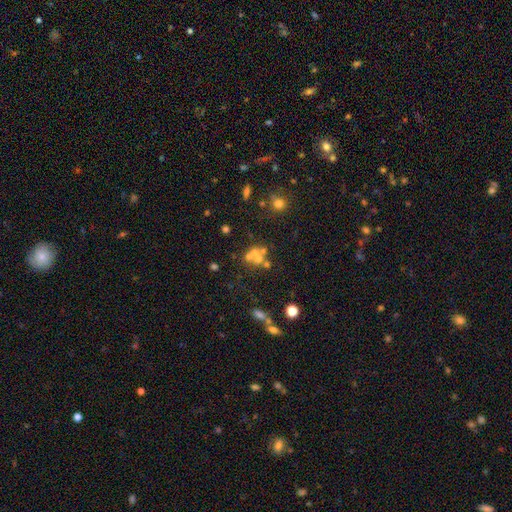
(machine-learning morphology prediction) Smooth or featured? Predicted: smooth (p=0.44). Merging? Predicted: merger (p=0.48).